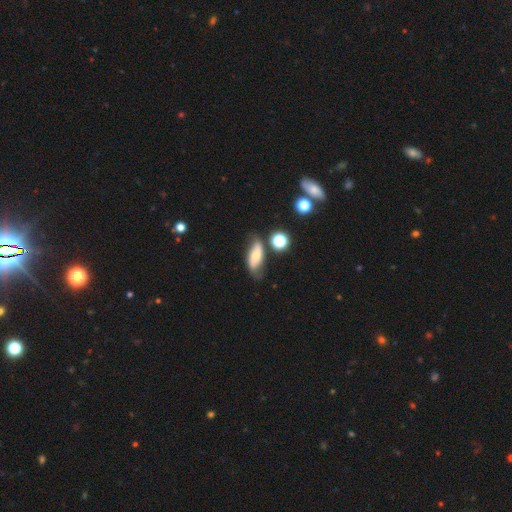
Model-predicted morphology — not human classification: Smooth or featured: smooth — 50% (featured or disk — 40%)
How rounded: in between — 72% (cigar-shaped — 22%)
Merging: none — 58% (minor disturbance — 25%)